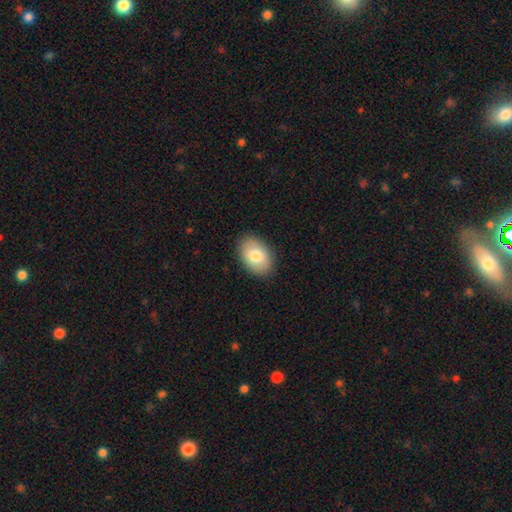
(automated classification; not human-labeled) Morphology: type=smooth (80%); roundness=in between (86%); merging=none (89%).